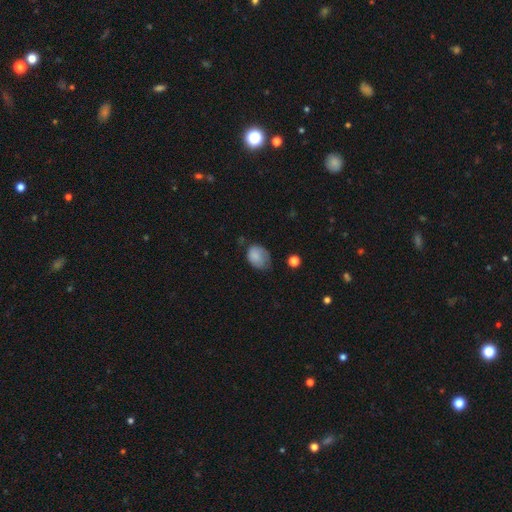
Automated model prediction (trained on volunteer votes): A smooth galaxy with no disk features (77%) that is in between round and cigar-shaped (67%).

Vote fractions:
- Smooth or featured? smooth: 77% / featured or disk: 15% / star or artifact: 8%
- How rounded? in between: 67% / round: 31% / cigar-shaped: 1%
- Merging? none: 42% / minor disturbance: 39% / major disturbance: 17% / merger: 2%